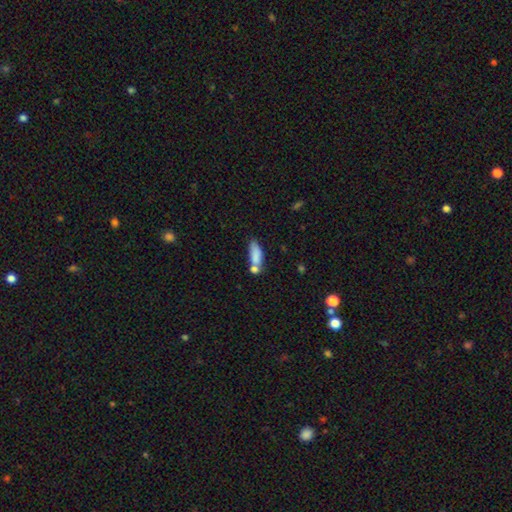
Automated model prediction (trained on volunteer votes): smooth_or_featured: smooth (p=0.80) [alt: featured or disk p=0.12]
how_rounded: in between (p=0.64) [alt: cigar-shaped p=0.33]
merging: none (p=0.42) [alt: merger p=0.32]